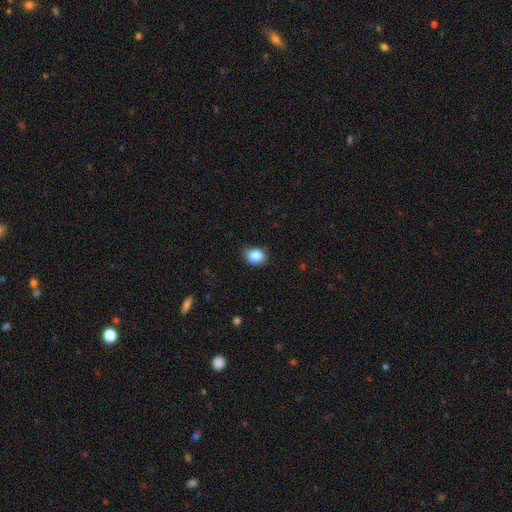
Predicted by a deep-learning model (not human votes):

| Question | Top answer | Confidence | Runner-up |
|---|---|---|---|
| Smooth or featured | smooth | 86% | star or artifact (9%) |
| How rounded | in between | 50% | round (49%) |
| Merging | none | 73% | minor disturbance (22%) |